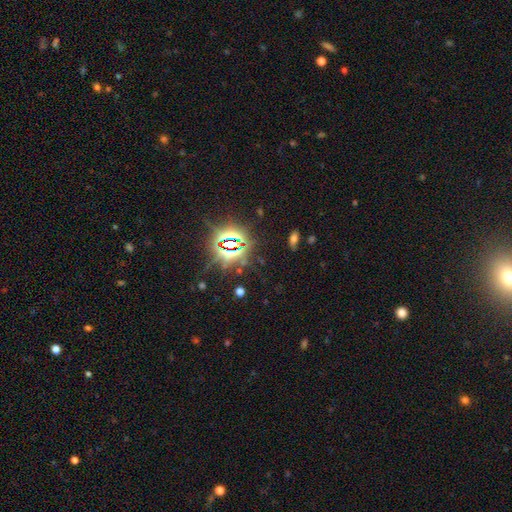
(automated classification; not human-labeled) Overall: star or artifact (84%).